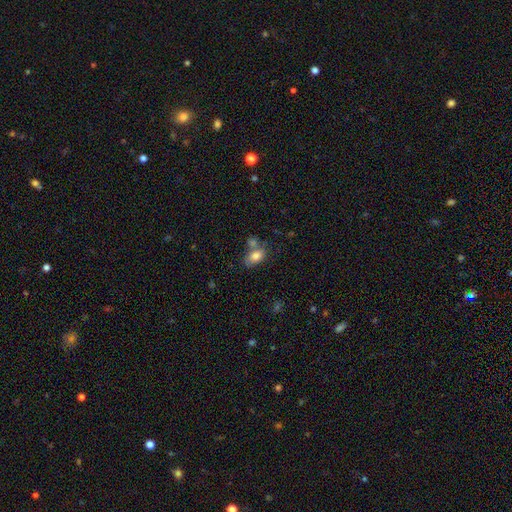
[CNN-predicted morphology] Smooth or featured: smooth — 81% (featured or disk — 11%)
How rounded: in between — 87% (round — 10%)
Merging: none — 48% (merger — 31%)